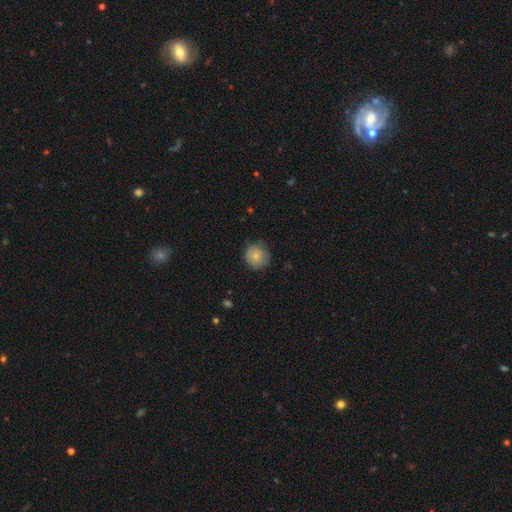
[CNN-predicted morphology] Smooth or featured? Predicted: smooth (p=0.79). How rounded? Predicted: round (p=0.87). Merging? Predicted: none (p=0.74).